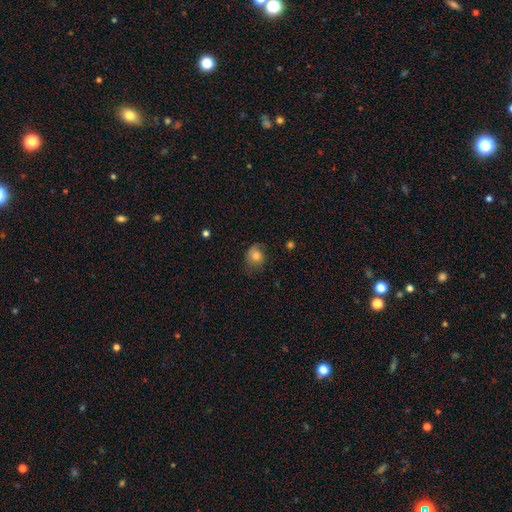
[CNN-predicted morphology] This appears to be a smooth galaxy with no disk features (78%) that is round (63%). Merging: none (57%).